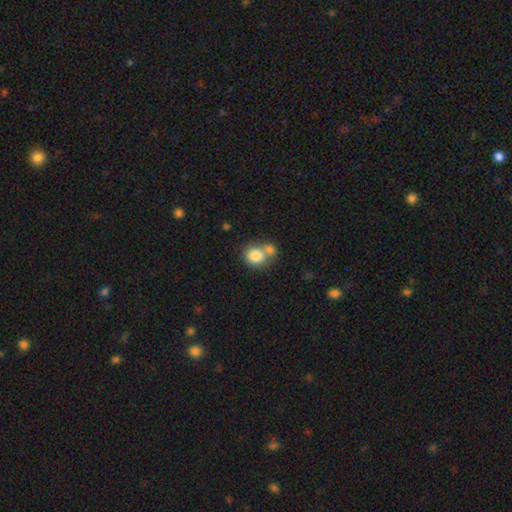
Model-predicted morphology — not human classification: Smooth or featured: smooth — 82% (featured or disk — 10%)
How rounded: round — 74% (in between — 26%)
Merging: merger — 48% (none — 38%)